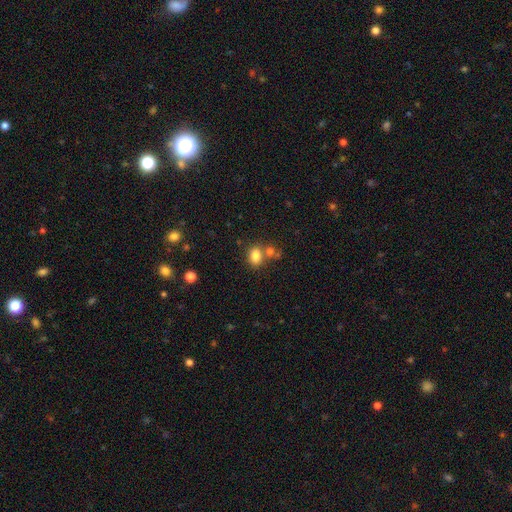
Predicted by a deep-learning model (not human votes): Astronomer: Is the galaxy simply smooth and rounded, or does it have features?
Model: smooth — 81%.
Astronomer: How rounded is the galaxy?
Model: in between — 67%.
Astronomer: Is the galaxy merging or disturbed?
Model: none — 57%.